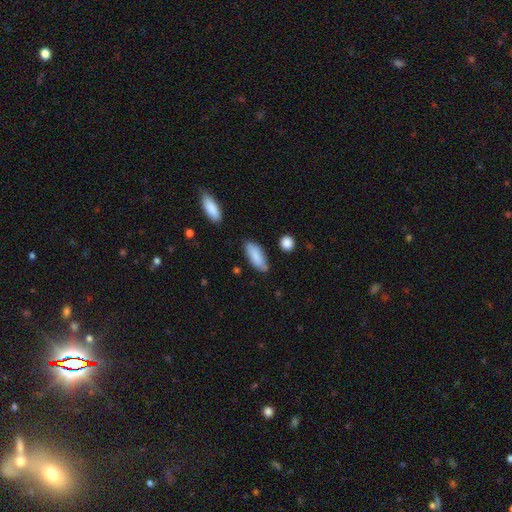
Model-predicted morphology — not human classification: Overall: smooth (86%). How rounded: in between (74%). Merging: none (79%).